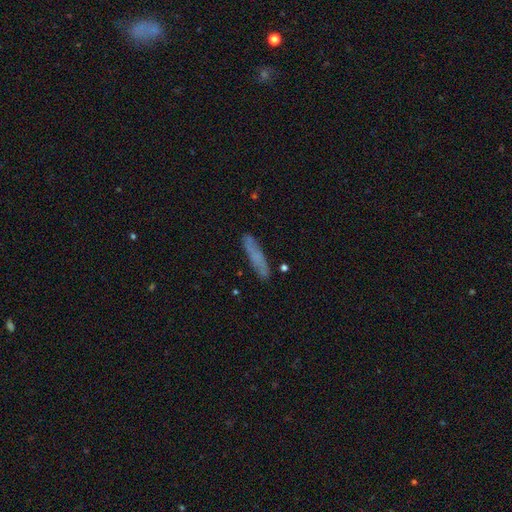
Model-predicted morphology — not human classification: This is likely a smooth galaxy (63%). How rounded: clearly cigar-shaped (86%). Merging: clearly none (81%).